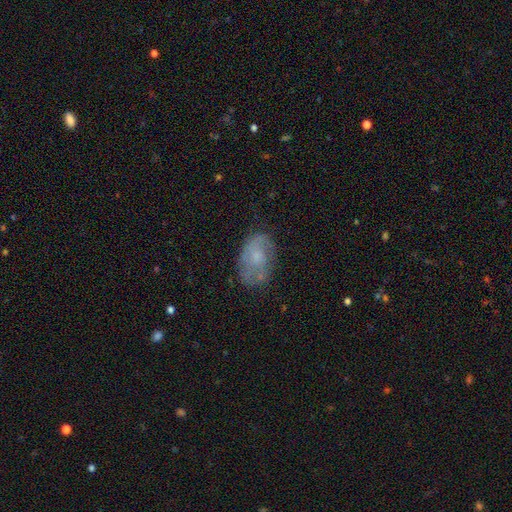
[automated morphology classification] This appears to be a featured or disk galaxy (51%). Merging: none (64%).